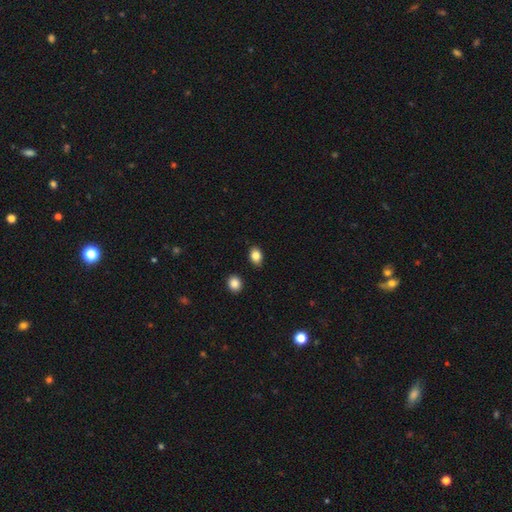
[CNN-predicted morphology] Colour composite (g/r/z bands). It shows a smooth galaxy with no disk features (85%) that is in between round and cigar-shaped (75%). Merging: none (86%).